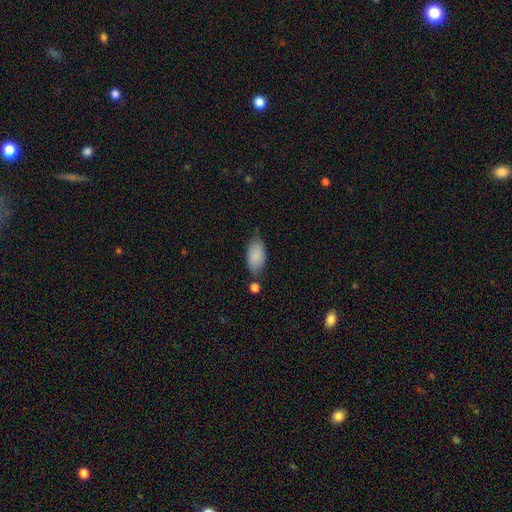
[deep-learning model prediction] Overall: smooth (86%). How rounded: in between (93%). Merging: none (65%).